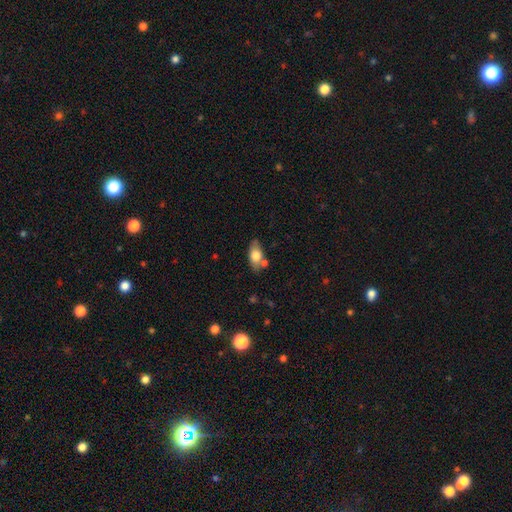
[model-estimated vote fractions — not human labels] Overall: smooth (71%). How rounded: in between (86%). Merging: none (67%).